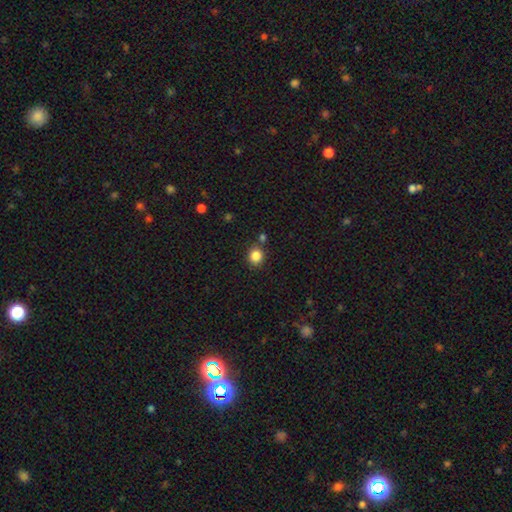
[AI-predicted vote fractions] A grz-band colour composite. It shows a smooth galaxy with no disk features (85%) that is round (83%). Merging: none (78%).